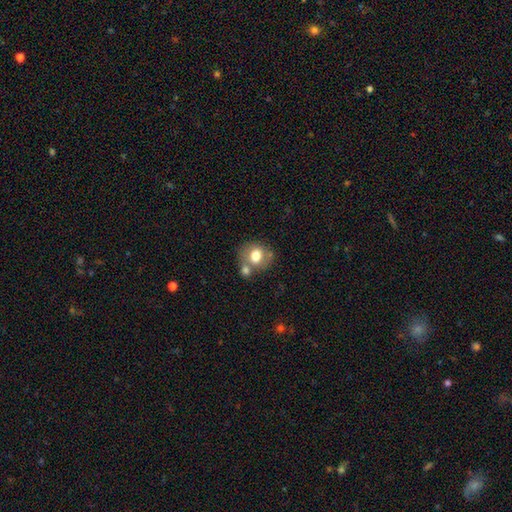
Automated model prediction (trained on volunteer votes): smooth 72%, featured or disk 18%, star or artifact 9%. Down the decision tree: how rounded — round (68%); merging — none (52%).